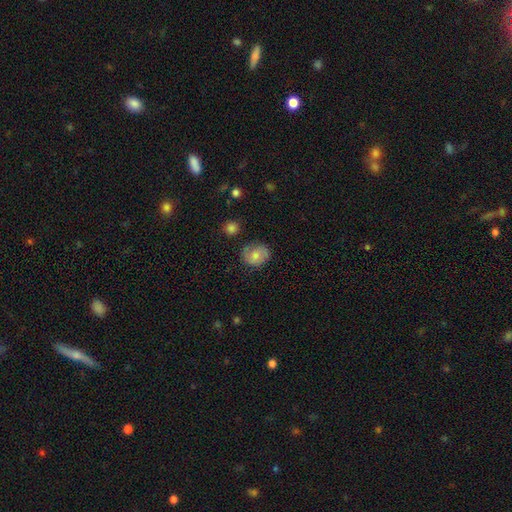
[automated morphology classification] smooth-or-featured: smooth: 61% | featured or disk: 30% | star or artifact: 8%
  how-rounded: round: 65% | in between: 34% | cigar-shaped: 1%
  merging: none: 71% | minor disturbance: 21% | major disturbance: 5% | merger: 3%